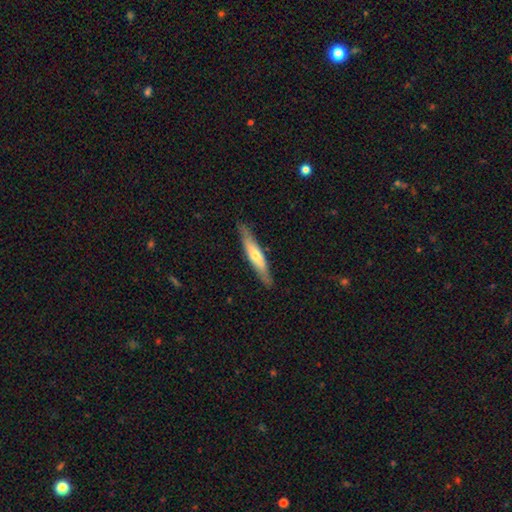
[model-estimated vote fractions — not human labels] This is possibly a smooth galaxy (50%). Merging: clearly none (86%).